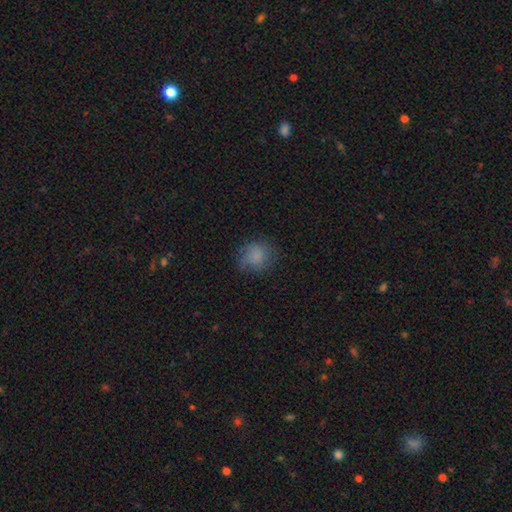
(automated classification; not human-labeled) Smooth or featured? Predicted: smooth (p=0.82). How rounded? Predicted: round (p=0.80). Merging? Predicted: none (p=0.72).